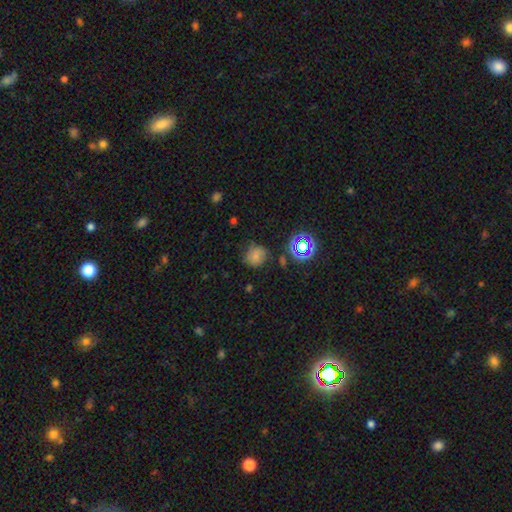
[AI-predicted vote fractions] The model was most divided on "merging": none: 67%, minor disturbance: 22%, major disturbance: 7%, merger: 4%. More confident: how rounded — round (80%); smooth or featured — smooth (67%).